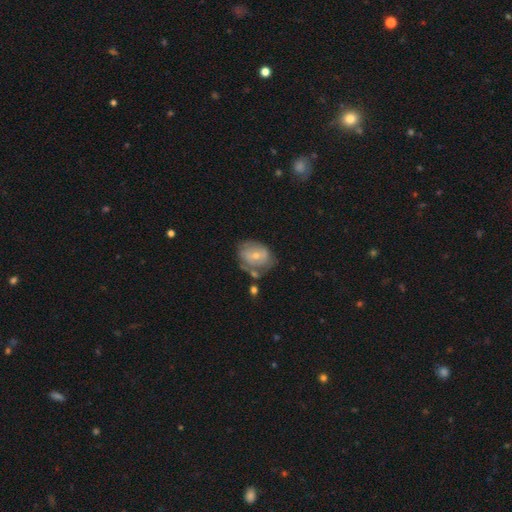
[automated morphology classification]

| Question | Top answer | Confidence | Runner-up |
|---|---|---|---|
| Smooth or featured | featured or disk | 50% | smooth (43%) |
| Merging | none | 45% | minor disturbance (28%) |